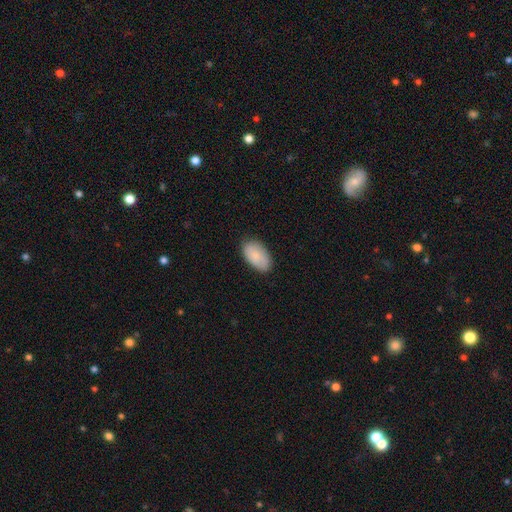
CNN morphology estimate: Smooth or featured? Predicted: smooth (p=0.81). How rounded? Predicted: in between (p=0.94). Merging? Predicted: none (p=0.82).